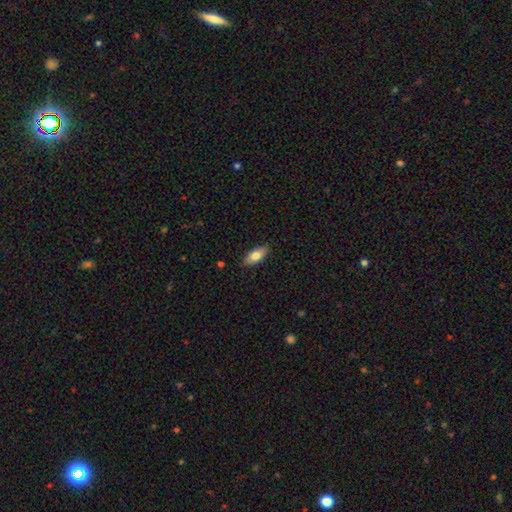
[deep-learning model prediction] smooth-or-featured: smooth: 78% | featured or disk: 16% | star or artifact: 6%
  how-rounded: in between: 86% | cigar-shaped: 11% | round: 3%
  merging: none: 87% | minor disturbance: 10% | major disturbance: 2% | merger: 1%